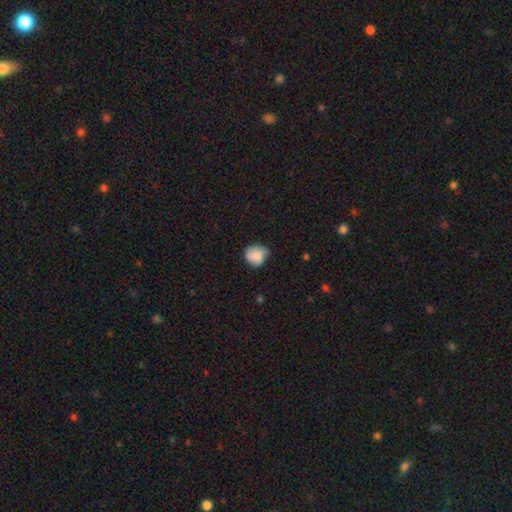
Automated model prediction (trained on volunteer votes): A smooth galaxy with no disk features (80%) that is round (80%).

Vote fractions:
- Smooth or featured? smooth: 80% / featured or disk: 12% / star or artifact: 8%
- How rounded? round: 80% / in between: 19% / cigar-shaped: 1%
- Merging? none: 52% / minor disturbance: 37% / major disturbance: 9% / merger: 2%